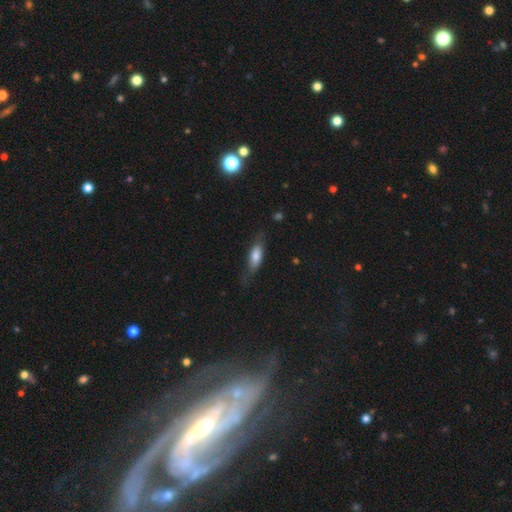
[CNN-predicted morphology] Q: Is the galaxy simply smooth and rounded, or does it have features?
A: smooth — 69%.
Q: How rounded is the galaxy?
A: in between — 62%.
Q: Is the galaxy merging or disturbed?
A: none — 64%.